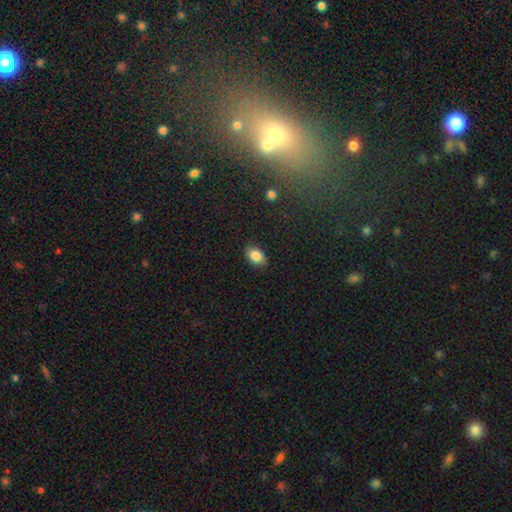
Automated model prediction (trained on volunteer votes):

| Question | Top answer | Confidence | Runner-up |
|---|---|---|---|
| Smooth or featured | smooth | 85% | star or artifact (9%) |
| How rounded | in between | 84% | round (15%) |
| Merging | none | 87% | minor disturbance (9%) |